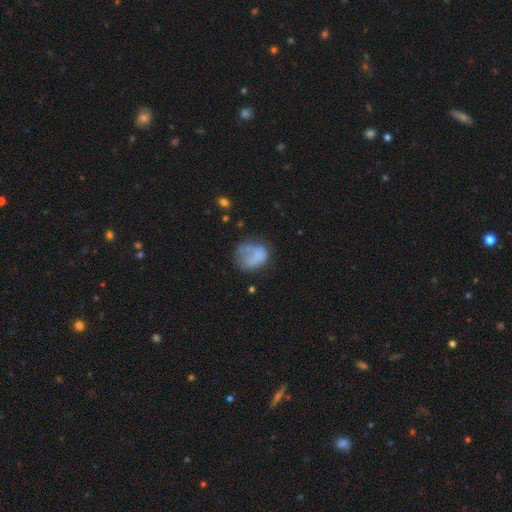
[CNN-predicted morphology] type=smooth (62%); roundness=round (60%); merging=none (37%).